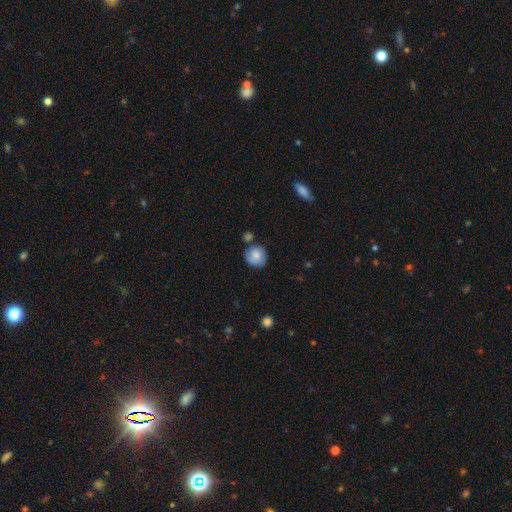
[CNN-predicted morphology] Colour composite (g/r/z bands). It shows a smooth galaxy with no disk features (69%) that is round (80%). Merging: none (63%).